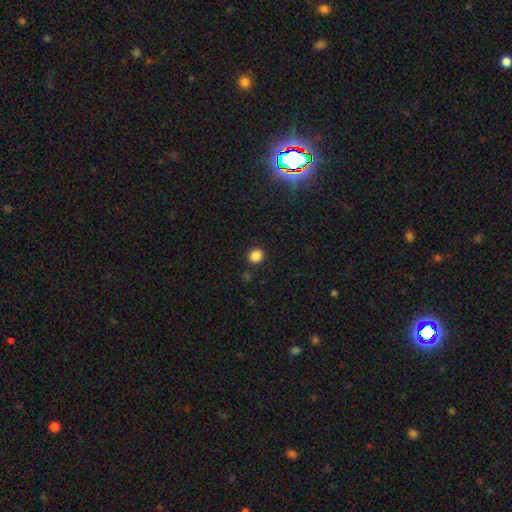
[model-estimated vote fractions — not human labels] Smooth or featured? smooth (85%)
How rounded? round (86%)
Merging? none (90%)